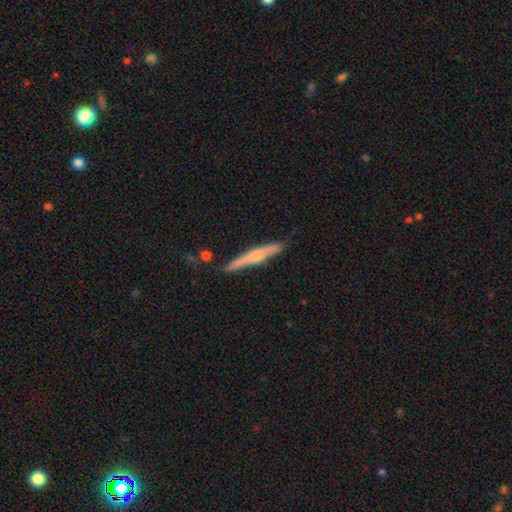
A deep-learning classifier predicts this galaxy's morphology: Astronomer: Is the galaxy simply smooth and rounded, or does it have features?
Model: featured or disk — 59% (runner-up: smooth, 36%).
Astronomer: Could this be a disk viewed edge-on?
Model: yes — 96%.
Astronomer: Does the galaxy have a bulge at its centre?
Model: rounded — 79%.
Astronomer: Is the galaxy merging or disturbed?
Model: none — 84%.